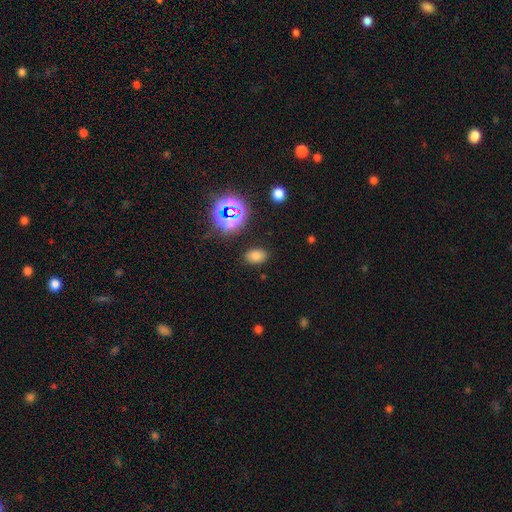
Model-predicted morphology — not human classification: smooth 70%, star or artifact 22%, featured or disk 8%. Down the decision tree: how rounded — in between (83%); merging — none (86%).